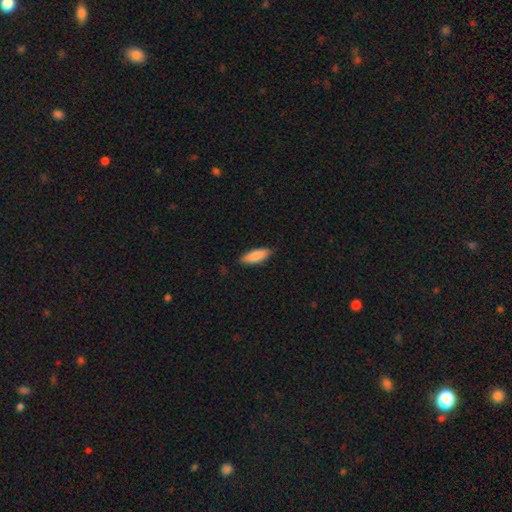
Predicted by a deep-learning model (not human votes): Overall: smooth (87%). How rounded: in between (63%; cigar-shaped 36%). Merging: none (86%).